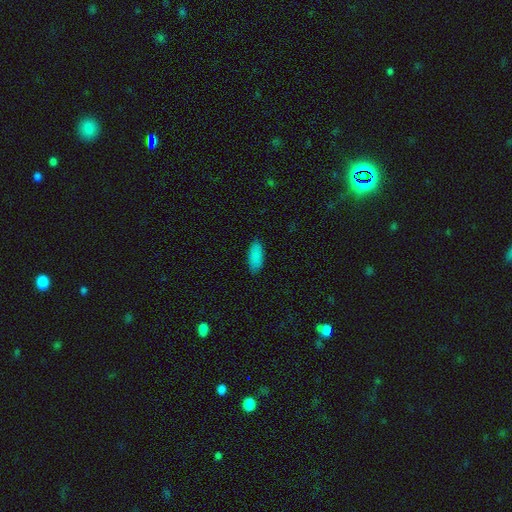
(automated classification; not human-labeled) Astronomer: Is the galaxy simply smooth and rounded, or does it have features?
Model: smooth — 88%.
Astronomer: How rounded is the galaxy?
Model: in between — 84%.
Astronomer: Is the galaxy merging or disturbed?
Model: none — 86%.